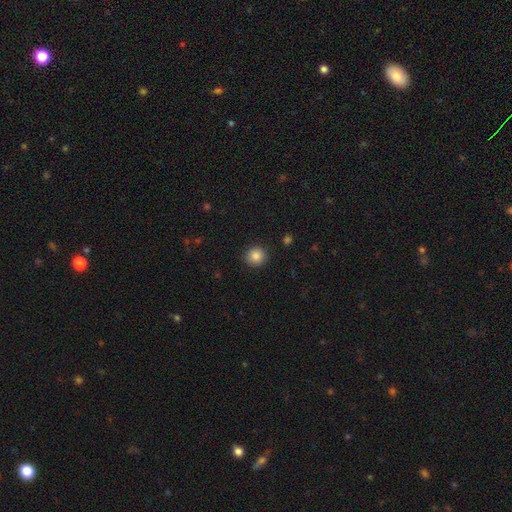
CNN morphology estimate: smooth 86%, star or artifact 10%, featured or disk 4%. Down the decision tree: how rounded — round (90%); merging — none (90%).